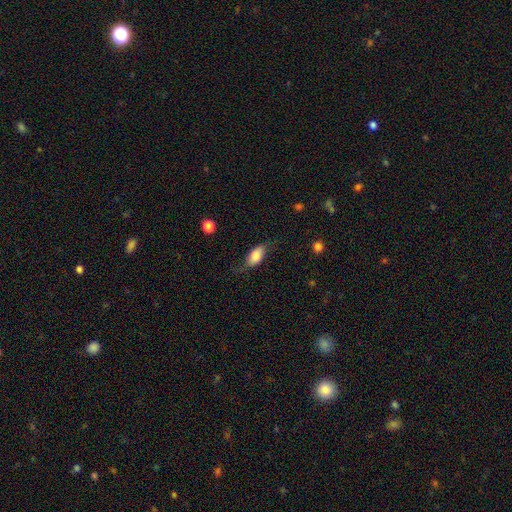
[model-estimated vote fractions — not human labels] This is likely a smooth galaxy (75%). How rounded: clearly in between (87%). Merging: possibly none (58%).